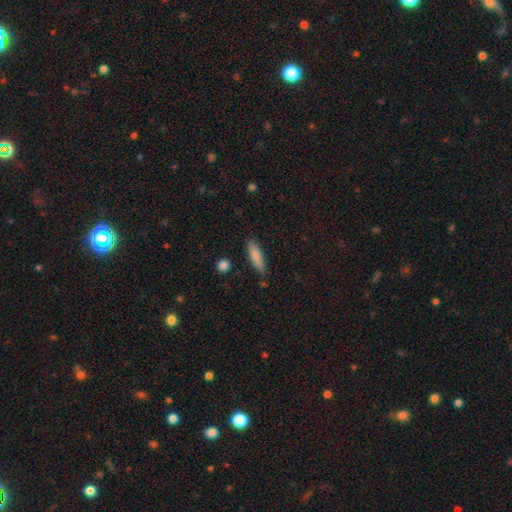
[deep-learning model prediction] A smooth galaxy with no disk features (83%) that is cigar-shaped (71%). Merging: none (82%).